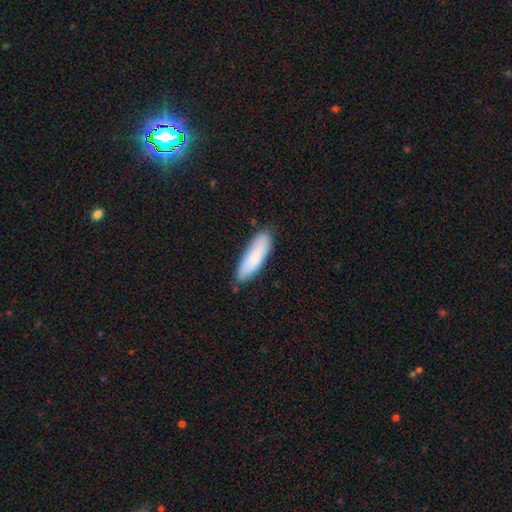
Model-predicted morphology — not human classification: type=smooth (82%); roundness=cigar-shaped (49%, tied with in between); merging=none (77%).